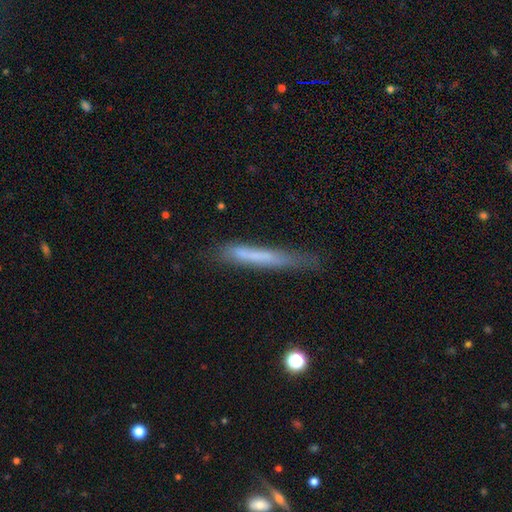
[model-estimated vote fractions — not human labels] Q: Smooth or featured?
A: smooth (59%); runner-up: featured or disk (33%)
Q: How rounded?
A: cigar-shaped (95%); runner-up: in between (4%)
Q: Merging?
A: none (63%); runner-up: minor disturbance (25%)